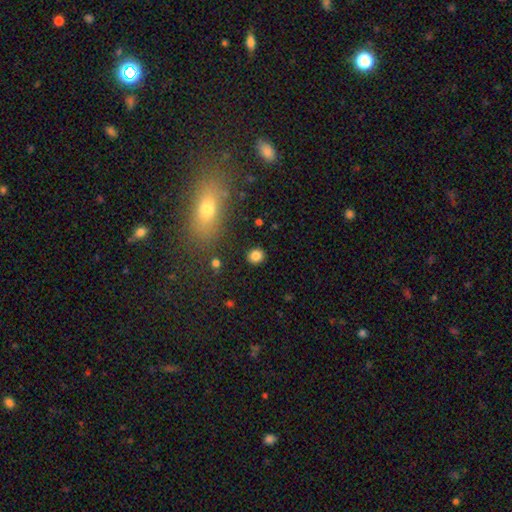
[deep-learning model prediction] Smooth or featured? smooth (84%)
How rounded? round (75%)
Merging? none (89%)